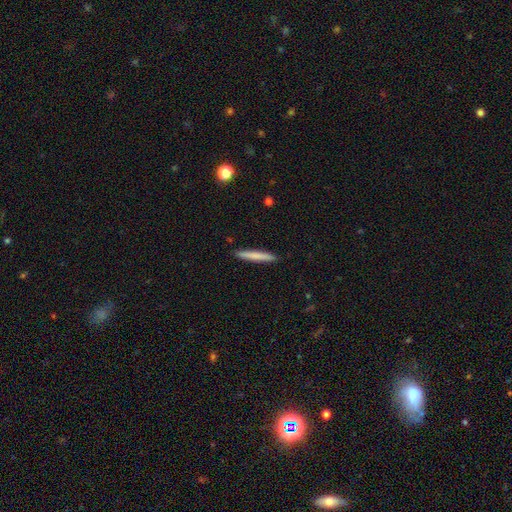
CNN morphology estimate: smooth-or-featured: smooth: 72% | featured or disk: 22% | star or artifact: 5%
  how-rounded: cigar-shaped: 96% | in between: 3% | round: 1%
  merging: none: 92% | minor disturbance: 6% | major disturbance: 1% | merger: 1%